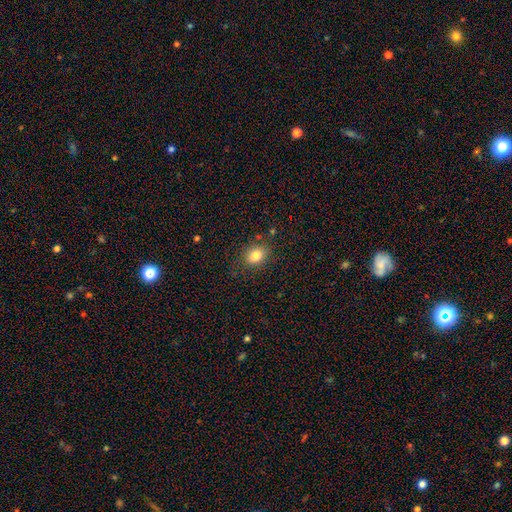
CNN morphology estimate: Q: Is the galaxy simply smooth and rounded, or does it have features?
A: smooth — 82%.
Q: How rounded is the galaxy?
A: in between — 59%.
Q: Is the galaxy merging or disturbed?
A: none — 82%.